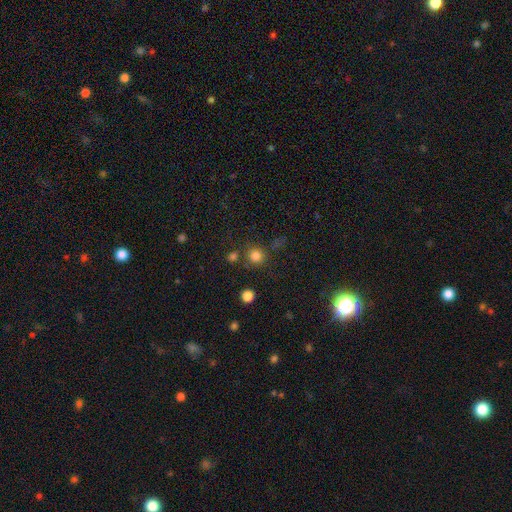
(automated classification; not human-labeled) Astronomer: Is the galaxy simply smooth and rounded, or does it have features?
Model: smooth — 79%.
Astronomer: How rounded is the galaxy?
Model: round — 92%.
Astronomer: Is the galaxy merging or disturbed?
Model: none — 77%.